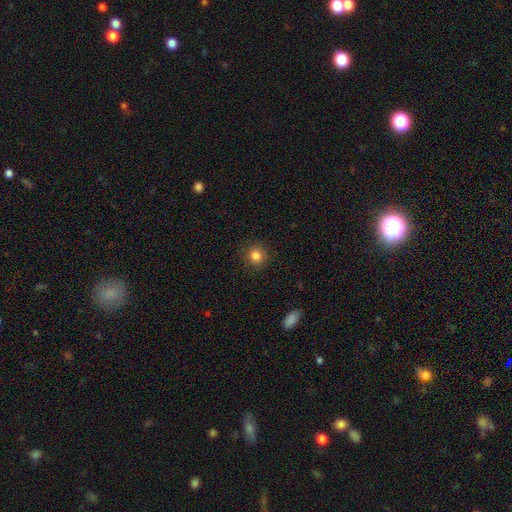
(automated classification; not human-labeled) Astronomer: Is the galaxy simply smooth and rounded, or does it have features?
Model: smooth — 84%.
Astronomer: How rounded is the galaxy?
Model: round — 90%.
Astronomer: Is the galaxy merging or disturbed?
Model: none — 89%.